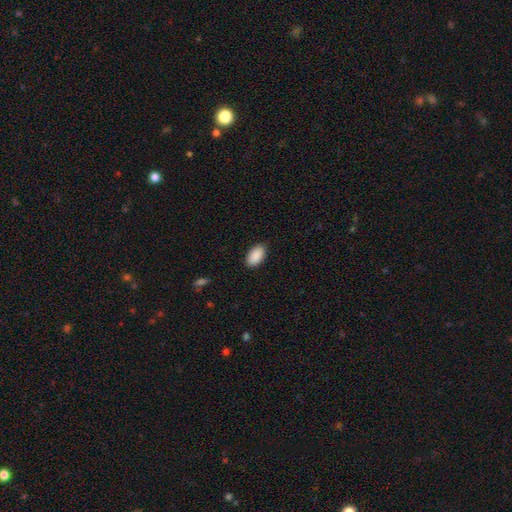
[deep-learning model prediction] Smooth or featured: smooth — 91% (star or artifact — 6%)
How rounded: in between — 95% (round — 3%)
Merging: none — 87% (minor disturbance — 10%)